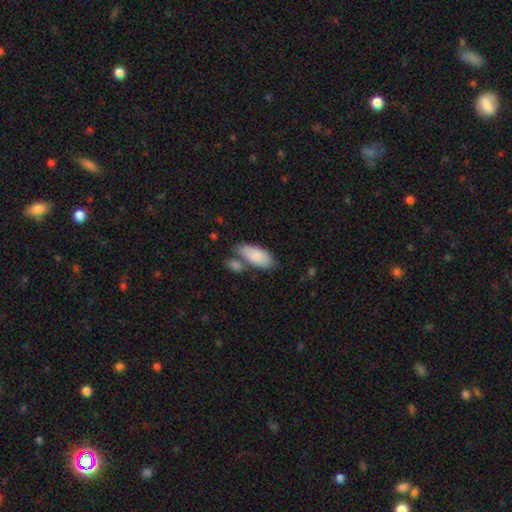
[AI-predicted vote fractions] Smooth or featured? smooth (86%)
How rounded? in between (89%)
Merging? none (57%)